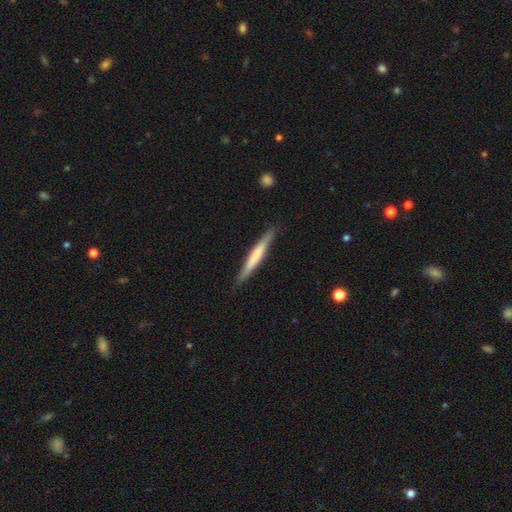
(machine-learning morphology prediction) Smooth or featured? smooth (54%)
How rounded? cigar-shaped (96%)
Merging? none (88%)